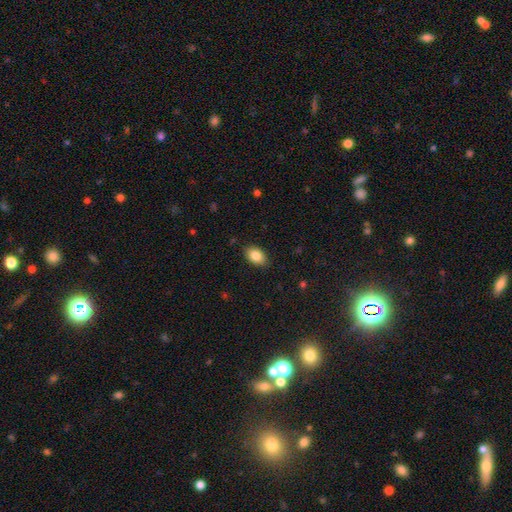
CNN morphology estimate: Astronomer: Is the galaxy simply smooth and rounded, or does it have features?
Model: smooth — 86%.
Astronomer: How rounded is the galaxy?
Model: in between — 87%.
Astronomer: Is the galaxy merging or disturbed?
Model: none — 87%.